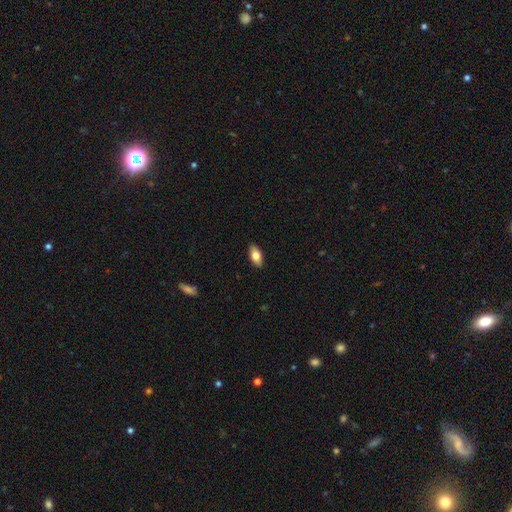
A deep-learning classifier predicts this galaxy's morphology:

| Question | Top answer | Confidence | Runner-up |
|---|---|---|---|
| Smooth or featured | smooth | 79% | featured or disk (14%) |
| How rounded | in between | 90% | cigar-shaped (7%) |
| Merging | none | 89% | minor disturbance (8%) |